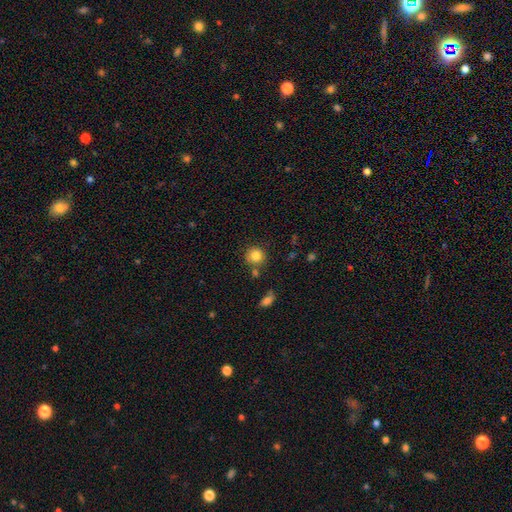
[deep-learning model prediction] smooth_or_featured: smooth (p=0.82) [alt: star or artifact p=0.10]
how_rounded: round (p=0.90) [alt: in between p=0.09]
merging: none (p=0.76) [alt: minor disturbance p=0.11]